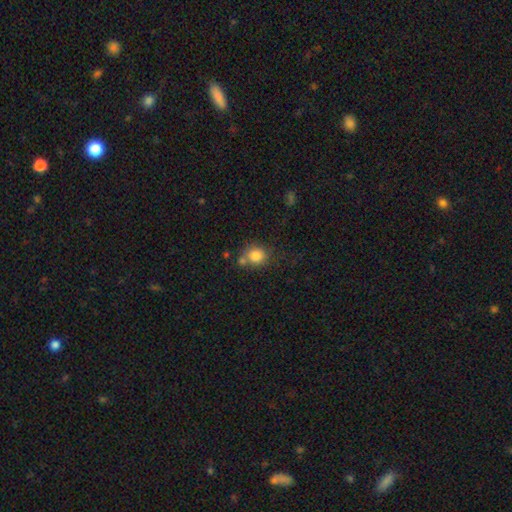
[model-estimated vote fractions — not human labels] smooth-or-featured: smooth: 83% | star or artifact: 10% | featured or disk: 7%
  how-rounded: round: 84% | in between: 15% | cigar-shaped: 1%
  merging: none: 60% | merger: 21% | minor disturbance: 14% | major disturbance: 5%